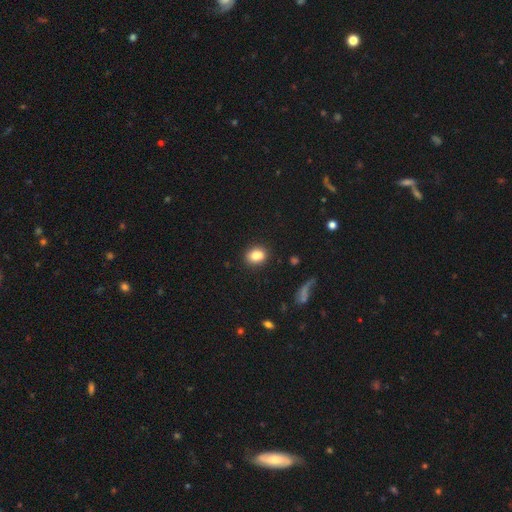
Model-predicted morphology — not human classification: Q: Smooth or featured?
A: smooth (82%); runner-up: star or artifact (10%)
Q: How rounded?
A: in between (55%); runner-up: round (44%)
Q: Merging?
A: none (77%); runner-up: minor disturbance (12%)